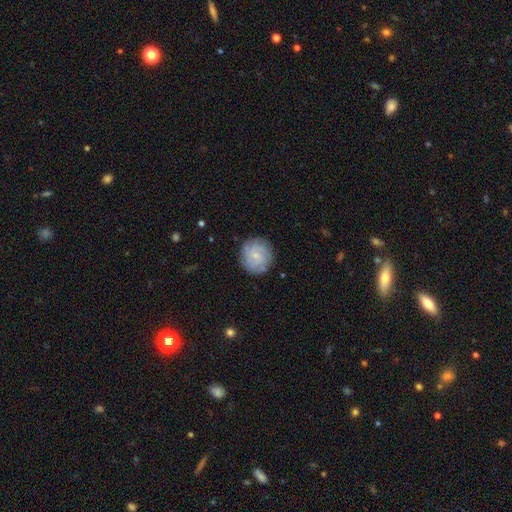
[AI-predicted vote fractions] Smooth or featured? Predicted: featured or disk (p=0.52). Edge-on disk? Predicted: no (p=0.98). Bar? Predicted: no (p=0.75). Spiral arms? Predicted: yes (p=0.87). Bulge size? Predicted: small (p=0.74). Merging? Predicted: none (p=0.83).